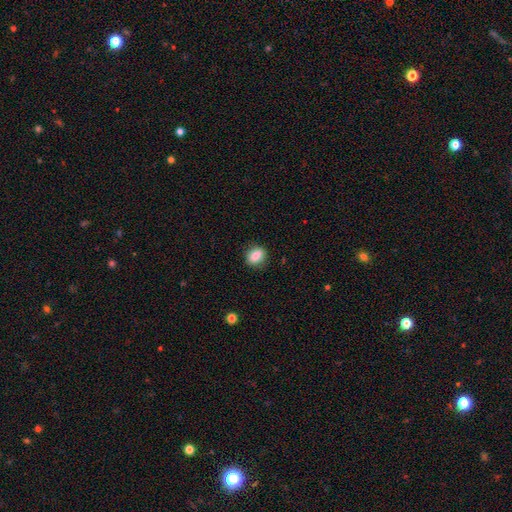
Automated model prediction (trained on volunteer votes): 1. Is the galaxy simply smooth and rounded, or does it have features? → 84% smooth, 9% star or artifact, 8% featured or disk.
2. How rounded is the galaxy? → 50% in between, 48% round, 1% cigar-shaped.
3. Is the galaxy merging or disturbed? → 86% none, 10% minor disturbance, 3% major disturbance, 1% merger.